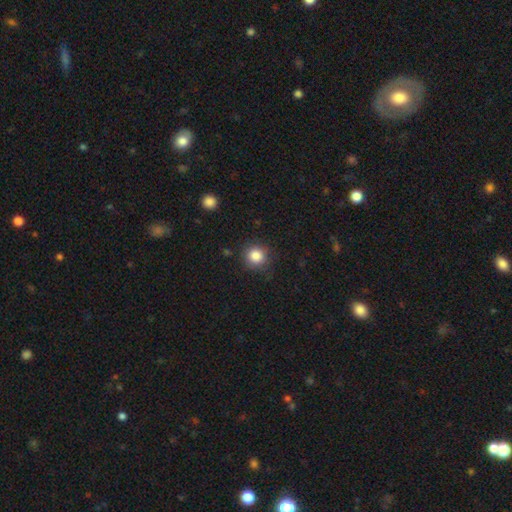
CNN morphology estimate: Smooth or featured? Predicted: smooth (p=0.85). How rounded? Predicted: round (p=0.92). Merging? Predicted: none (p=0.85).